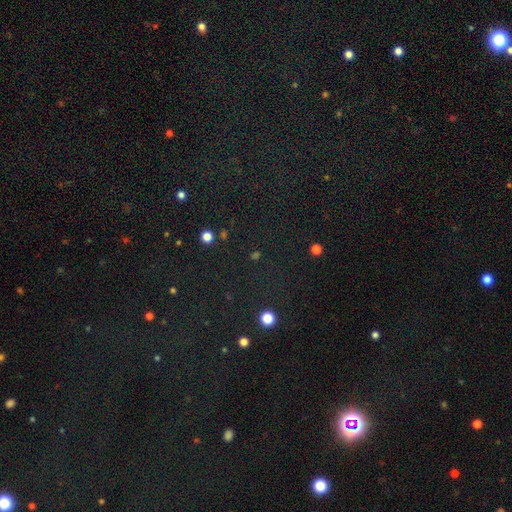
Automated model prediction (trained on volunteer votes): Smooth or featured? Predicted: star or artifact (p=0.63).